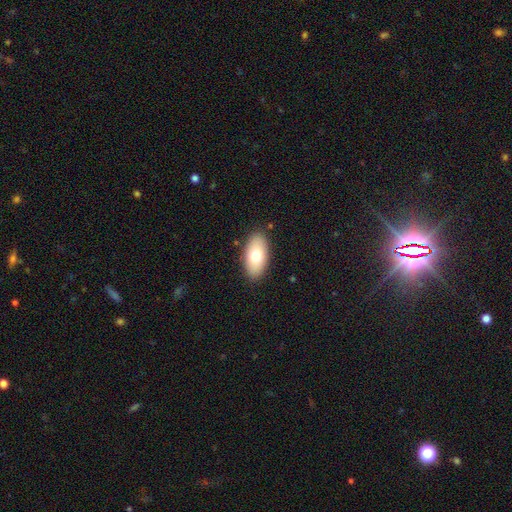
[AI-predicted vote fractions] Q: Smooth or featured?
A: smooth (74%); runner-up: featured or disk (19%)
Q: How rounded?
A: in between (94%); runner-up: cigar-shaped (3%)
Q: Merging?
A: none (87%); runner-up: minor disturbance (9%)